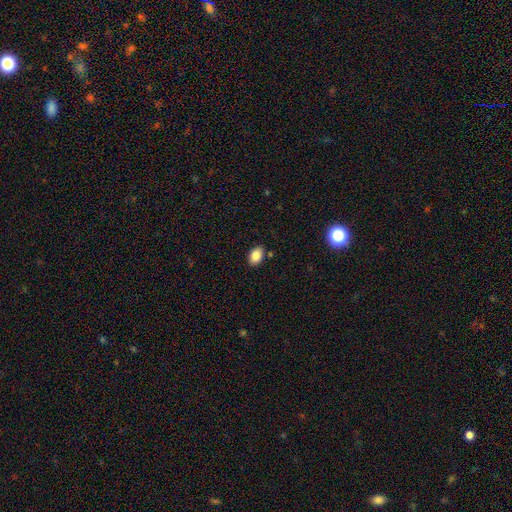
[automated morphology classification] Smooth or featured? smooth (85%)
How rounded? in between (87%)
Merging? none (86%)